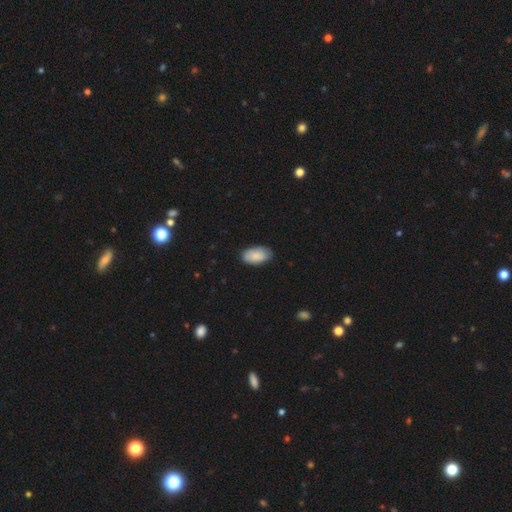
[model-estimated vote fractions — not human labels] Q: Smooth or featured?
A: smooth (87%); runner-up: featured or disk (7%)
Q: How rounded?
A: in between (95%); runner-up: round (3%)
Q: Merging?
A: none (82%); runner-up: minor disturbance (15%)